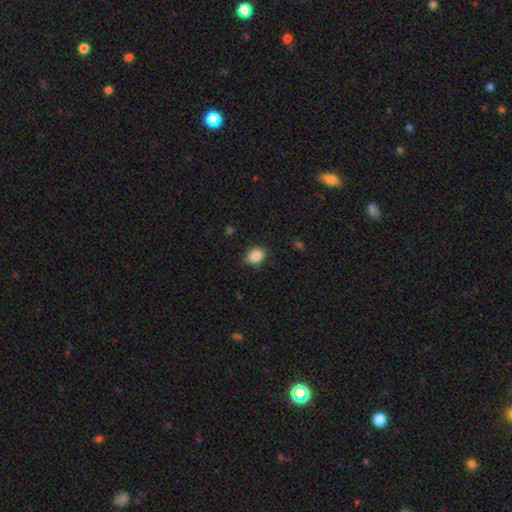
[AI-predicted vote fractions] The model was most divided on "how rounded": in between: 65%, round: 34%, cigar-shaped: 1%. More confident: smooth or featured — smooth (88%); merging — none (87%).